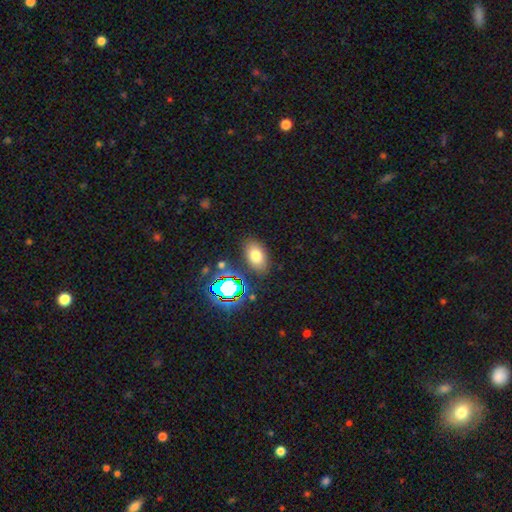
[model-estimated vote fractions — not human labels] smooth_or_featured: smooth (p=0.71) [alt: star or artifact p=0.17]
how_rounded: in between (p=0.87) [alt: round p=0.11]
merging: none (p=0.82) [alt: minor disturbance p=0.11]